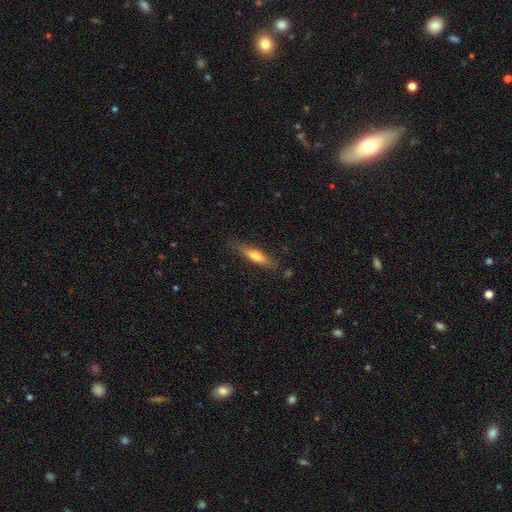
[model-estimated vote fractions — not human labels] A smooth galaxy with no disk features (61%) that is cigar-shaped (72%).

Vote fractions:
- Smooth or featured? smooth: 61% / featured or disk: 33% / star or artifact: 6%
- How rounded? cigar-shaped: 72% / in between: 26% / round: 2%
- Merging? none: 78% / minor disturbance: 16% / major disturbance: 4% / merger: 2%